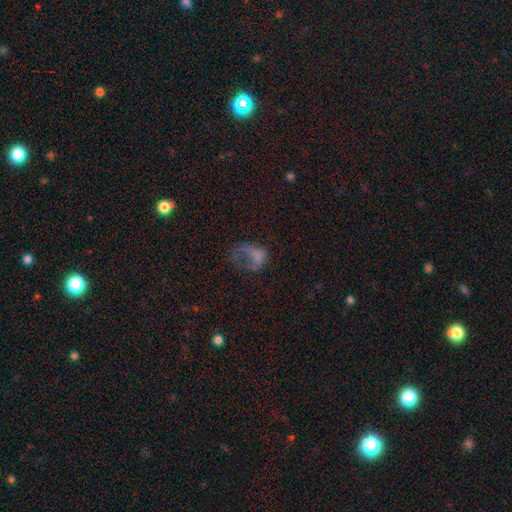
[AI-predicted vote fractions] The model was most divided on "smooth or featured": smooth: 47%, featured or disk: 36%, star or artifact: 16%. More confident: merging — major disturbance (58%).